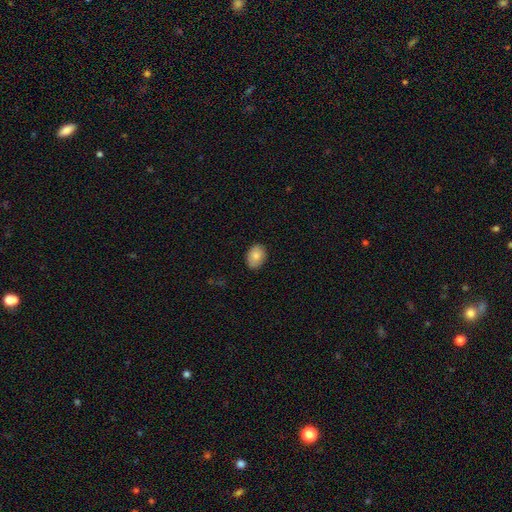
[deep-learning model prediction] smooth-or-featured: smooth: 83% | featured or disk: 9% | star or artifact: 7%
  how-rounded: in between: 71% | round: 28% | cigar-shaped: 1%
  merging: none: 85% | minor disturbance: 11% | major disturbance: 2% | merger: 1%